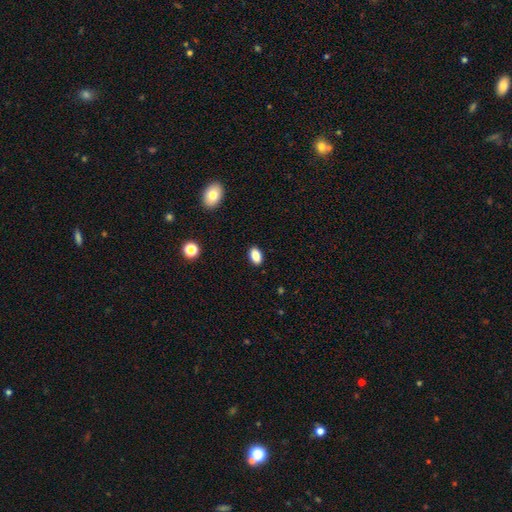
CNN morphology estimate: smooth 87%, star or artifact 9%, featured or disk 5%. Down the decision tree: how rounded — in between (89%); merging — none (89%).